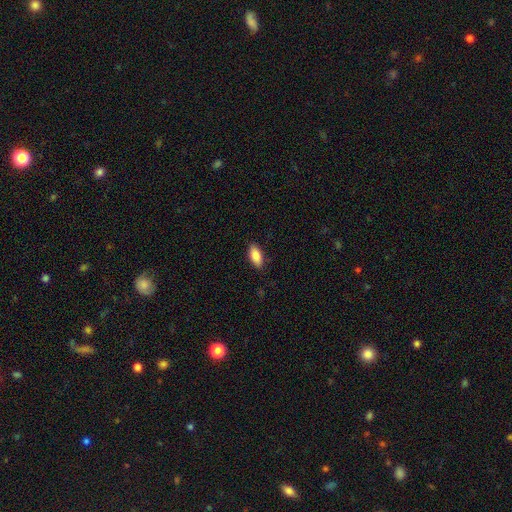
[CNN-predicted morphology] type=smooth (87%); roundness=in between (89%); merging=none (86%).